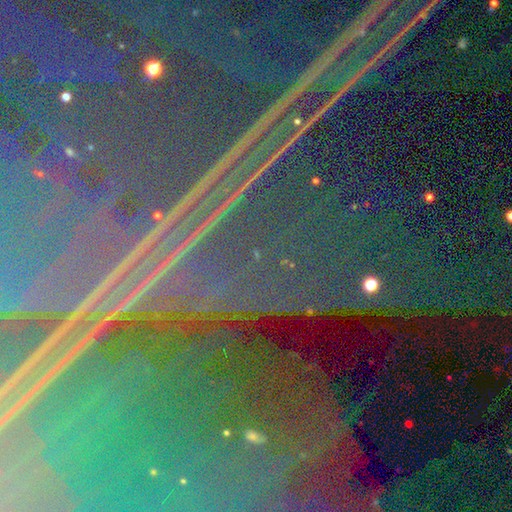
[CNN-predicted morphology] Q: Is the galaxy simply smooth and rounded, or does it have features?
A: star or artifact — 90%.